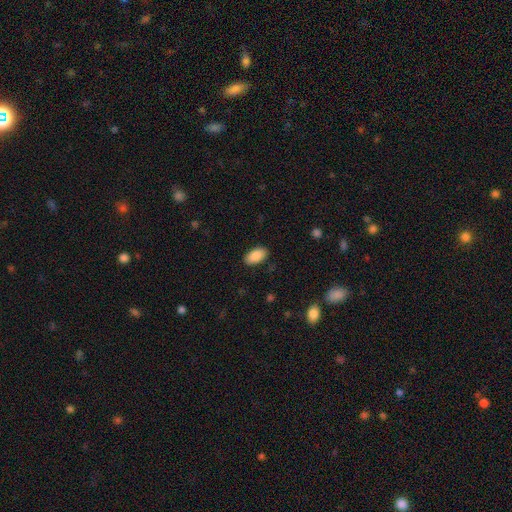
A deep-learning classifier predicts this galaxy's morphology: Overall: smooth (89%). How rounded: in between (95%). Merging: none (88%).